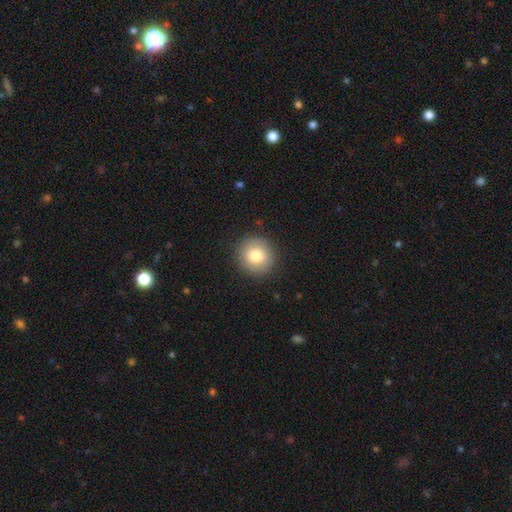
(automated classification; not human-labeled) This is clearly a smooth galaxy (82%). How rounded: clearly round (92%). Merging: clearly none (90%).